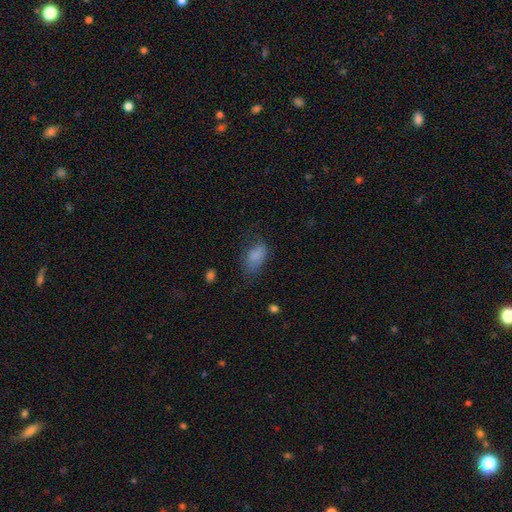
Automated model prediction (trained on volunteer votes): This is clearly a smooth galaxy (81%). How rounded: clearly in between (91%). Merging: possibly none (53%).